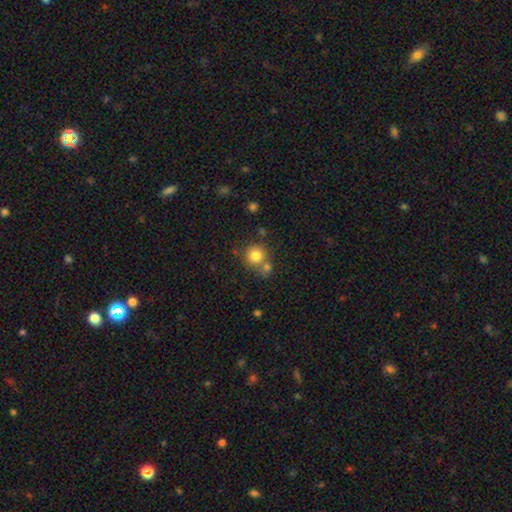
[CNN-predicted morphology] smooth 80%, star or artifact 12%, featured or disk 9%. Down the decision tree: how rounded — round (90%); merging — none (58%).